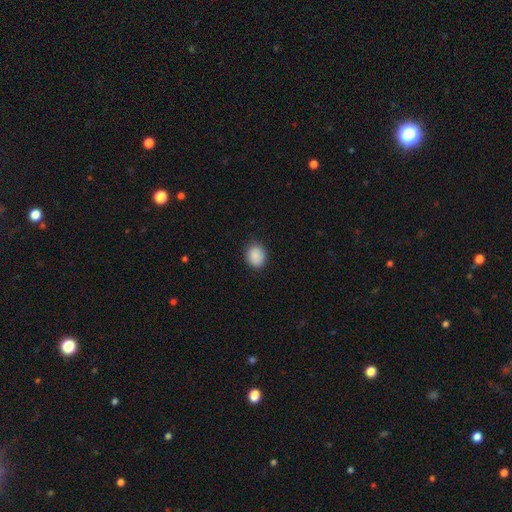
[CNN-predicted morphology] Q: Smooth or featured?
A: smooth (90%); runner-up: star or artifact (8%)
Q: How rounded?
A: round (50%); runner-up: in between (49%)
Q: Merging?
A: none (87%); runner-up: minor disturbance (9%)